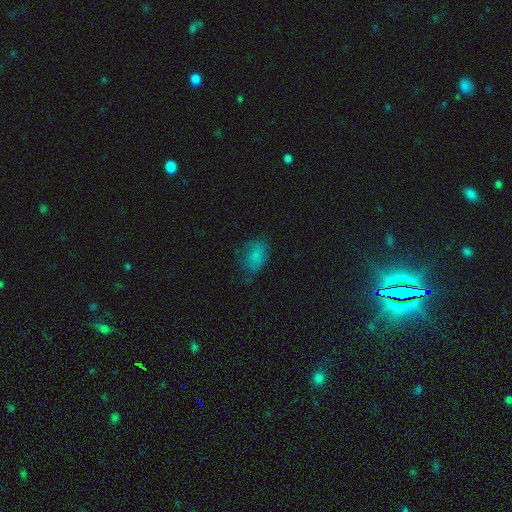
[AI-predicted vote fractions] A smooth galaxy with no disk features (74%) that is in between round and cigar-shaped (81%).

Vote fractions:
- Smooth or featured? smooth: 74% / featured or disk: 14% / star or artifact: 12%
- How rounded? in between: 81% / round: 17% / cigar-shaped: 2%
- Merging? none: 54% / minor disturbance: 31% / major disturbance: 13% / merger: 2%